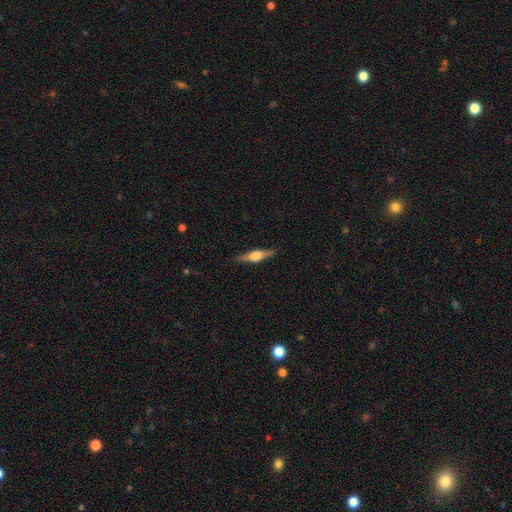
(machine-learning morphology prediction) A featured or disk galaxy (73%) viewed edge-on (97%) with a rounded central bulge (91%).

Vote fractions:
- Smooth or featured? featured or disk: 73% / smooth: 21% / star or artifact: 6%
- Edge-on disk? yes: 97% / no: 3%
- Edge-on bulge? rounded: 91% / boxy: 7% / none: 2%
- Merging? none: 90% / minor disturbance: 7% / major disturbance: 2% / merger: 1%